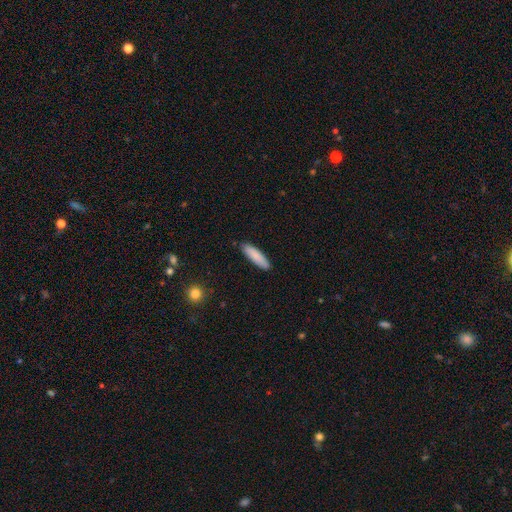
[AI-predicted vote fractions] A smooth galaxy with no disk features (86%) that is cigar-shaped (68%). Merging: none (87%).